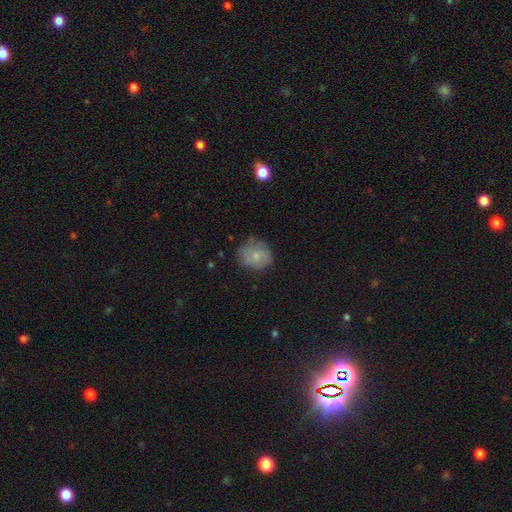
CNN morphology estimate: type=smooth (76%); roundness=round (80%); merging=none (67%).